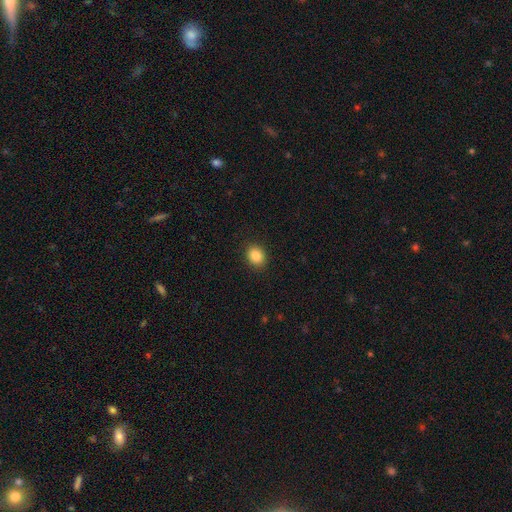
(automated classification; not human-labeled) smooth-or-featured: smooth: 86% | star or artifact: 9% | featured or disk: 5%
  how-rounded: round: 51% | in between: 49% | cigar-shaped: 1%
  merging: none: 90% | minor disturbance: 7% | major disturbance: 2% | merger: 1%